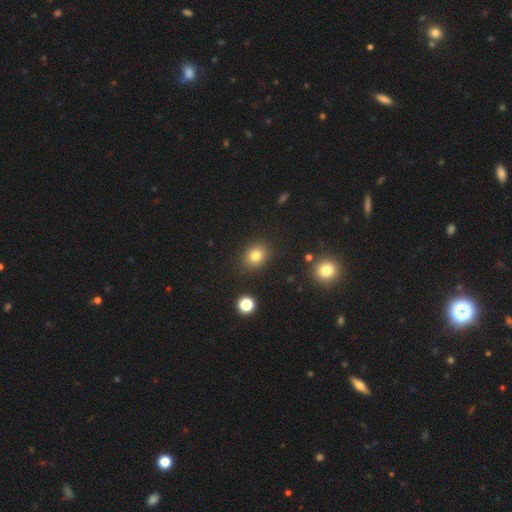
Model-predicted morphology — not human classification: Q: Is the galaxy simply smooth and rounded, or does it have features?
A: smooth — 80%.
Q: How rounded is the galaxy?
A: round — 66%.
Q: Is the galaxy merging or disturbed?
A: none — 87%.